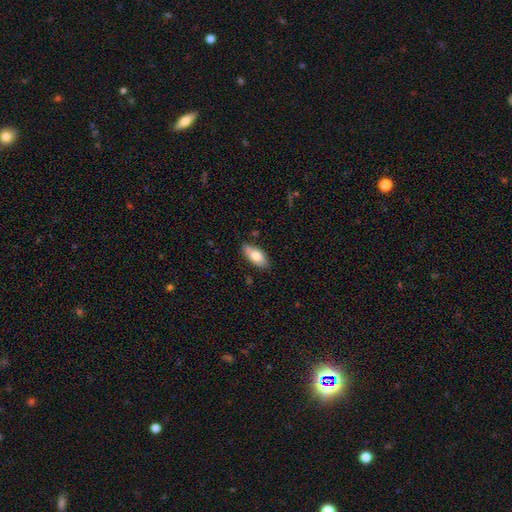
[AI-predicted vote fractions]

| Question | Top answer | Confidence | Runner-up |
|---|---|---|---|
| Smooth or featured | smooth | 76% | featured or disk (18%) |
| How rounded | in between | 88% | cigar-shaped (10%) |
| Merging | none | 81% | minor disturbance (15%) |